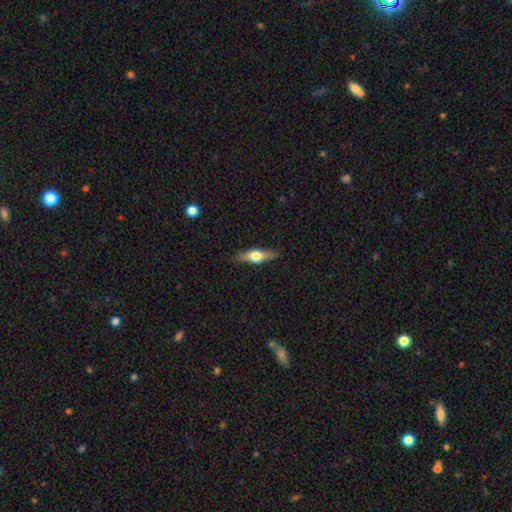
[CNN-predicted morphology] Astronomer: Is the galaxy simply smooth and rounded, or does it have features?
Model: featured or disk — 53% (runner-up: smooth, 41%).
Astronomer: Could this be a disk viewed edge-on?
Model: yes — 93%.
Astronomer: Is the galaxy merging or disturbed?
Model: none — 88%.